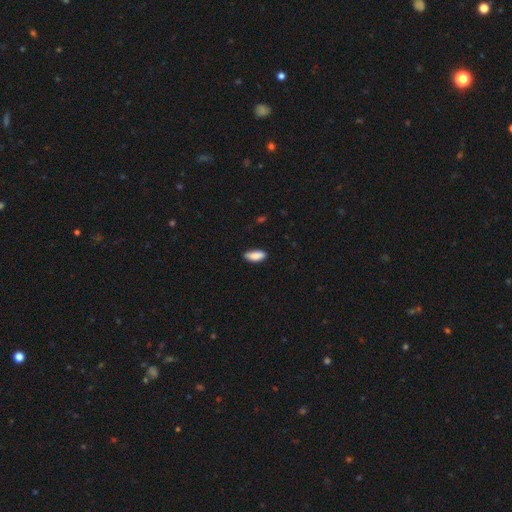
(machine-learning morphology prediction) Smooth or featured? smooth (87%)
How rounded? in between (81%)
Merging? none (81%)